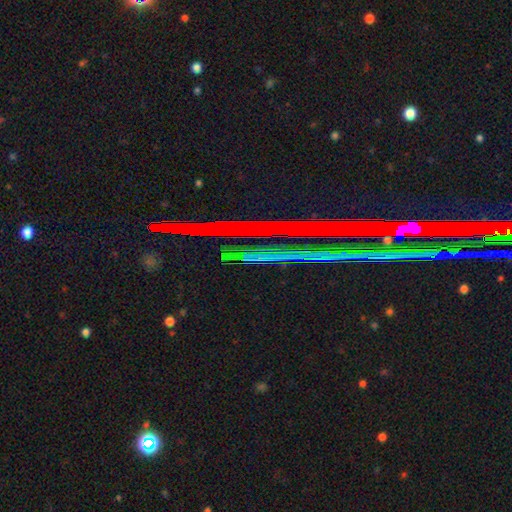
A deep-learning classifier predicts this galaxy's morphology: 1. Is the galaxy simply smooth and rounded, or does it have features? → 76% star or artifact, 15% featured or disk, 9% smooth.